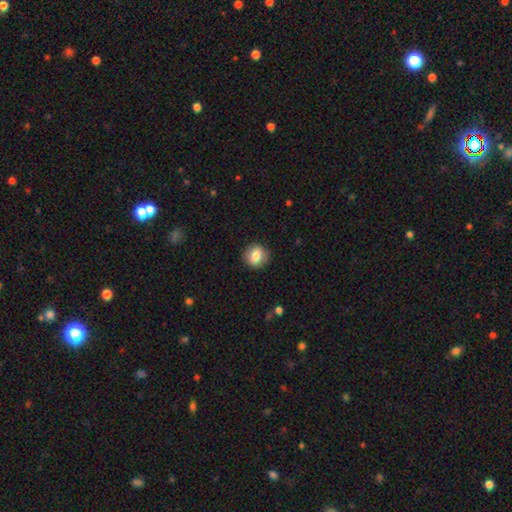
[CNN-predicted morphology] smooth_or_featured: smooth (p=0.77) [alt: featured or disk p=0.14]
how_rounded: round (p=0.78) [alt: in between p=0.21]
merging: none (p=0.89) [alt: minor disturbance p=0.08]